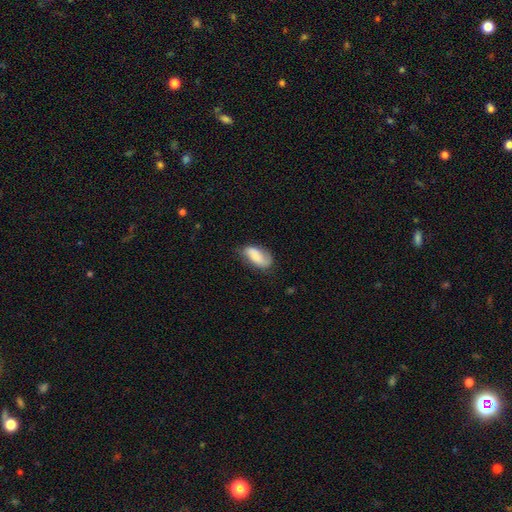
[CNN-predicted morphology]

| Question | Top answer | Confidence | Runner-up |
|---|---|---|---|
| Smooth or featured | smooth | 66% | featured or disk (27%) |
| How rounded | in between | 91% | cigar-shaped (6%) |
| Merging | none | 61% | minor disturbance (29%) |